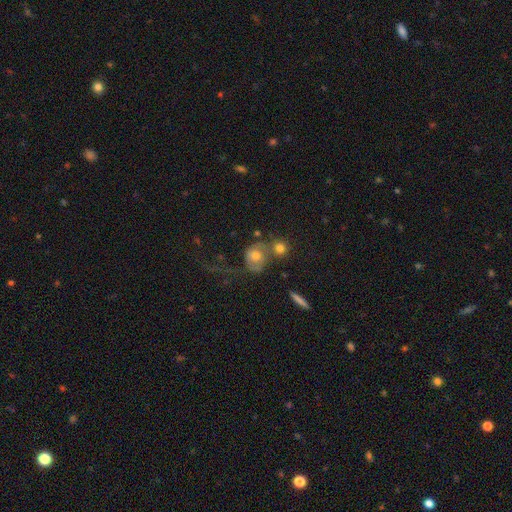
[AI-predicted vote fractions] Smooth or featured?
  - smooth: 53% *
  - featured or disk: 35%
  - star or artifact: 12%
How rounded?
  - round: 65% *
  - in between: 32%
  - cigar-shaped: 2%
Merging?
  - merger: 37% *
  - none: 32%
  - major disturbance: 17%
  - minor disturbance: 14%